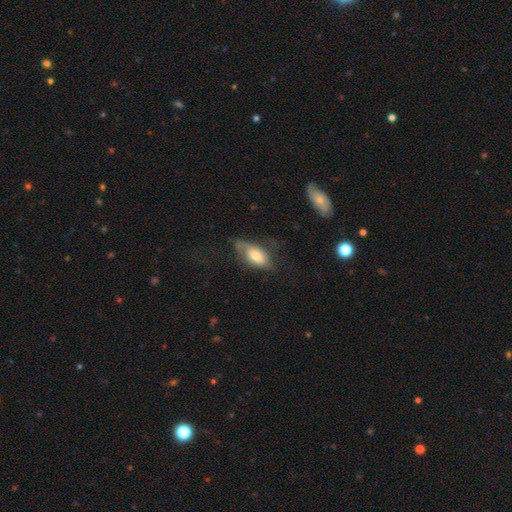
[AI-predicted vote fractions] Smooth or featured: smooth — 62% (featured or disk — 31%)
How rounded: in between — 87% (cigar-shaped — 9%)
Merging: none — 45% (minor disturbance — 31%)